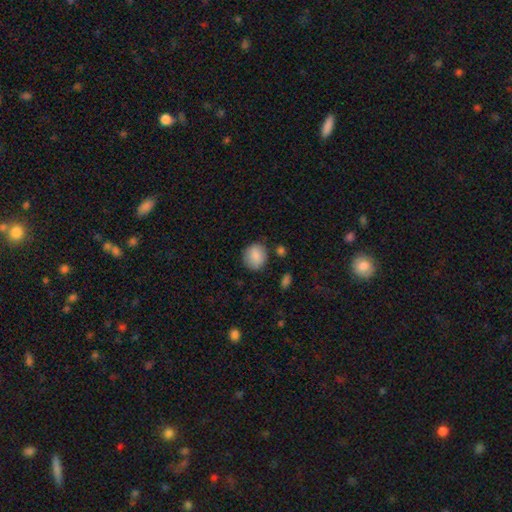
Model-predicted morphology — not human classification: A smooth galaxy with no disk features (86%) that is round (77%).

Vote fractions:
- Smooth or featured? smooth: 86% / star or artifact: 8% / featured or disk: 6%
- How rounded? round: 77% / in between: 22% / cigar-shaped: 1%
- Merging? none: 80% / minor disturbance: 13% / major disturbance: 4% / merger: 3%